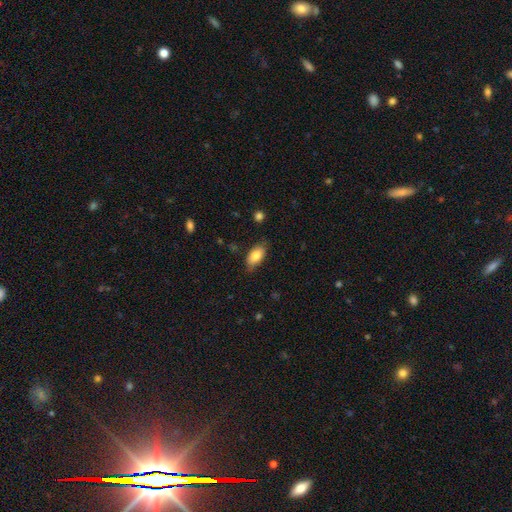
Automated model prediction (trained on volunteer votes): Morphology: type=smooth (83%); roundness=in between (91%); merging=none (78%).